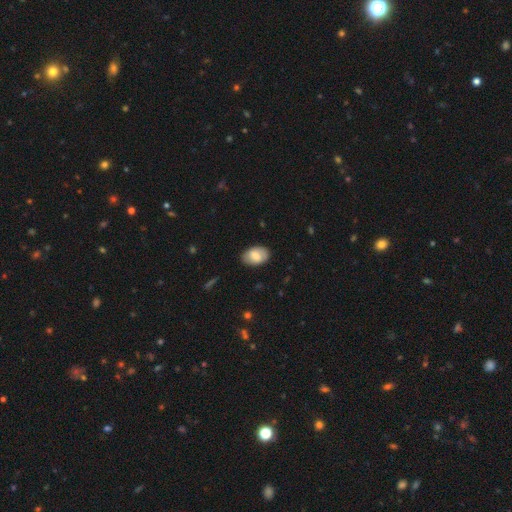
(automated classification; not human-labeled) Morphology: type=smooth (73%); roundness=in between (89%); merging=none (82%).